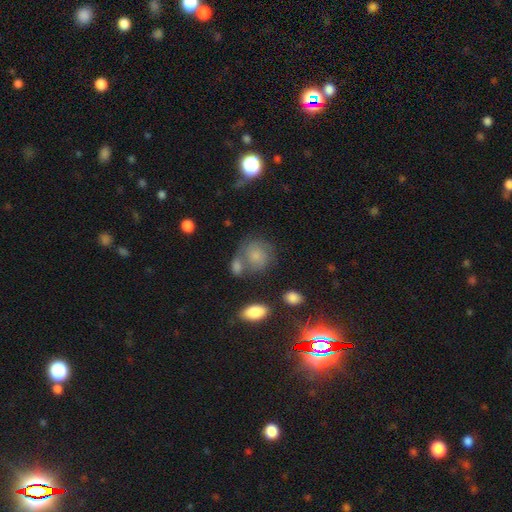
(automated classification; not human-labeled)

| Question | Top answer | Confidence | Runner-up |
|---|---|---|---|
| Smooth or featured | smooth | 67% | featured or disk (21%) |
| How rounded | round | 70% | in between (28%) |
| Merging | none | 50% | merger (23%) |